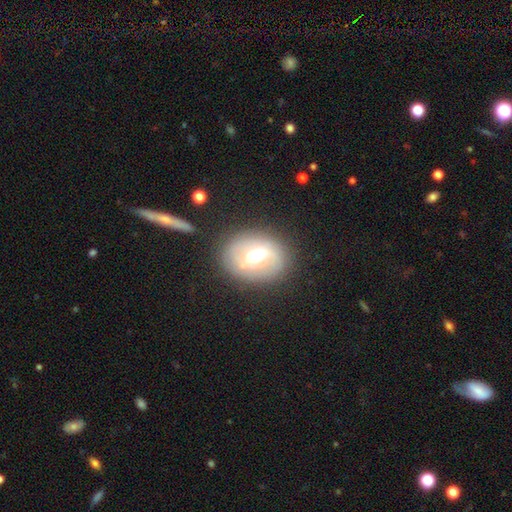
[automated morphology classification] This appears to be a featured or disk galaxy (55%) with a weak bar (40%), no spiral arms (63%) and a moderate central bulge (46%). Merging: none (74%).